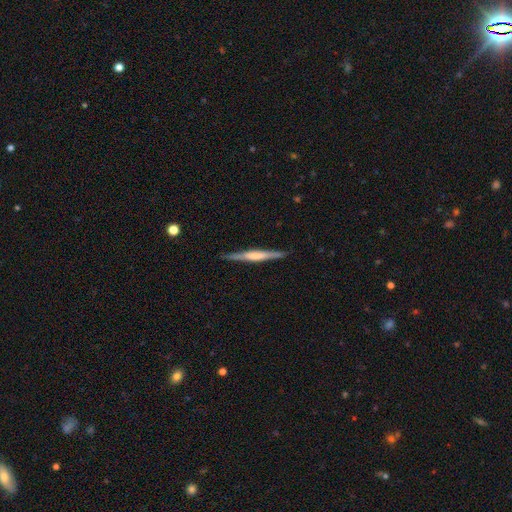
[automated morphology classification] Q: Smooth or featured?
A: featured or disk (59%); runner-up: smooth (36%)
Q: Edge-on disk?
A: yes (97%); runner-up: no (3%)
Q: Edge-on bulge?
A: boxy (37%); runner-up: none (33%)
Q: Merging?
A: none (88%); runner-up: minor disturbance (9%)